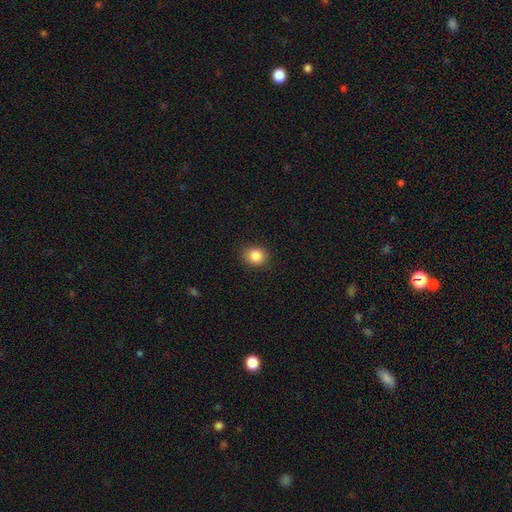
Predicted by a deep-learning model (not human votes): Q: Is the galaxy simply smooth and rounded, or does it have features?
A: smooth — 85%.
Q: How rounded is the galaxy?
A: round — 66%.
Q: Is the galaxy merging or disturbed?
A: none — 88%.